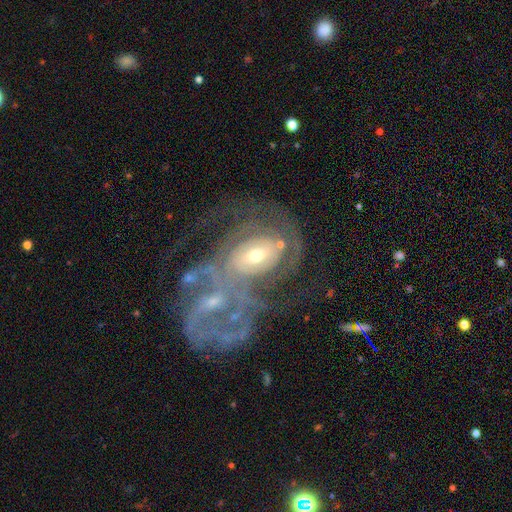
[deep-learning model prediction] Smooth or featured: featured or disk — 81% (smooth — 11%)
Edge-on disk: no — 97% (yes — 3%)
Bar: no — 56% (weak — 31%)
Spiral arms: yes — 85% (no — 15%)
Spiral winding: tight — 52% (medium — 34%)
Spiral arm count: can't tell — 41% (2 — 32%)
Bulge size: small — 49% (moderate — 43%)
Merging: merger — 62% (none — 16%)